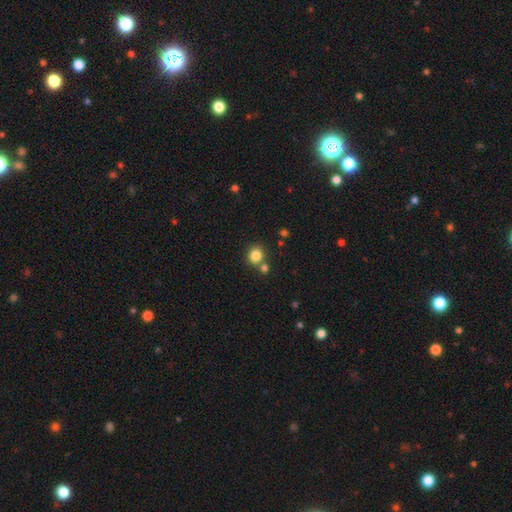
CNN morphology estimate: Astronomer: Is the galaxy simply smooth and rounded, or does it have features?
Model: smooth — 83%.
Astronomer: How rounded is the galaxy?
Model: round — 78%.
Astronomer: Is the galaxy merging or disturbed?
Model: none — 69%.